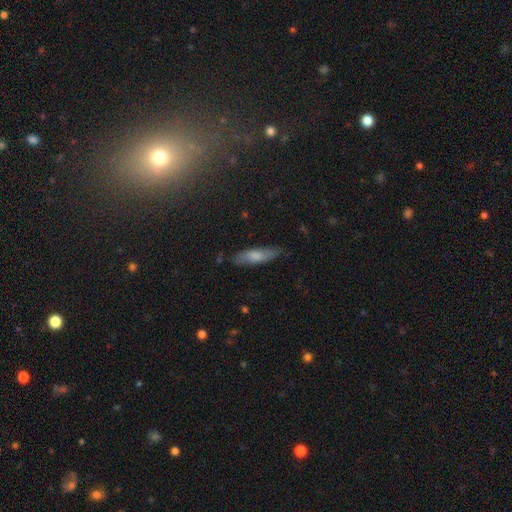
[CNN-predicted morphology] Overall: smooth (70%). How rounded: cigar-shaped (57%; in between 41%). Merging: none (78%).